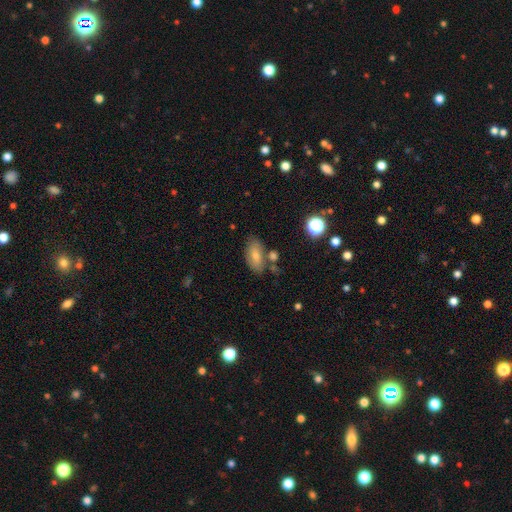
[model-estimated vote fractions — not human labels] Smooth or featured? smooth (73%)
How rounded? in between (89%)
Merging? none (67%)